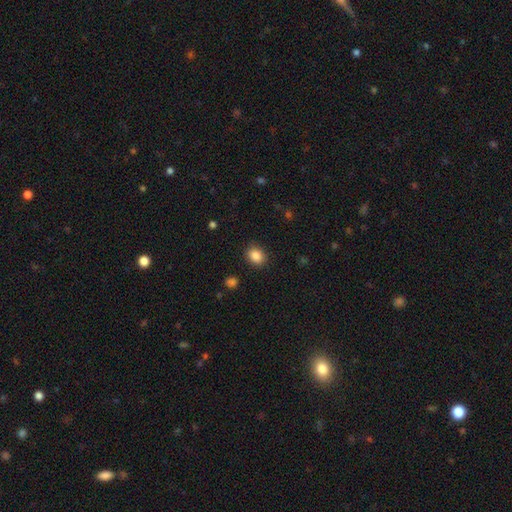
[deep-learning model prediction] This appears to be a smooth galaxy with no disk features (86%) that is round (53%). Merging: none (88%).